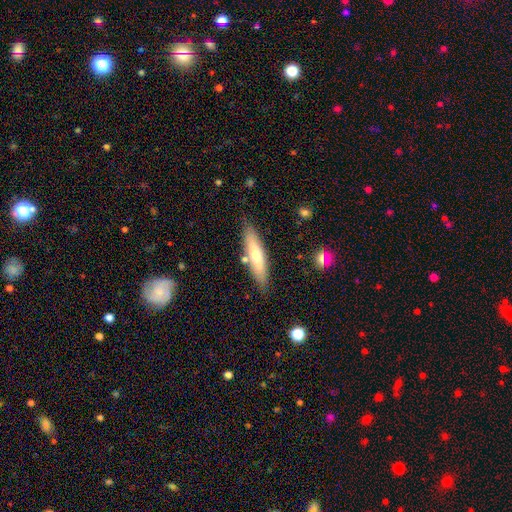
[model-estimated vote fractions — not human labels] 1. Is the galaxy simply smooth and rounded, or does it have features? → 58% smooth, 35% featured or disk, 6% star or artifact.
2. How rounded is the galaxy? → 76% cigar-shaped, 22% in between, 2% round.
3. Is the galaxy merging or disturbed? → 81% none, 12% minor disturbance, 5% merger, 2% major disturbance.